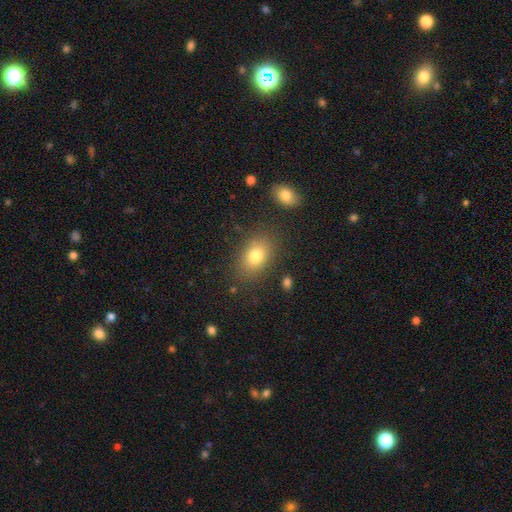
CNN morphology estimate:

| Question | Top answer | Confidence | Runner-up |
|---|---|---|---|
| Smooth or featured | smooth | 78% | featured or disk (11%) |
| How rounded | in between | 79% | round (20%) |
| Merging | none | 82% | minor disturbance (11%) |